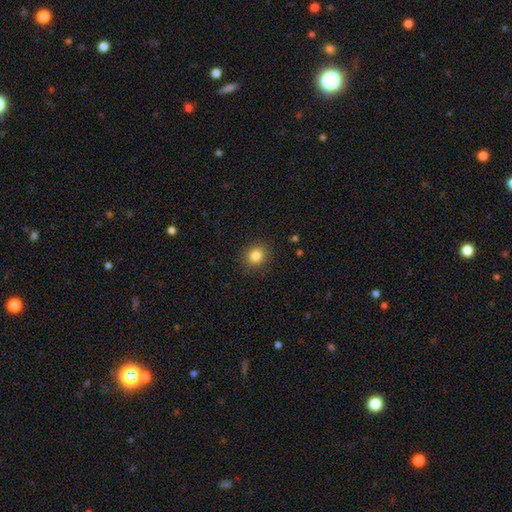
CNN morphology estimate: smooth 83%, star or artifact 11%, featured or disk 5%. Down the decision tree: how rounded — round (80%); merging — none (89%).